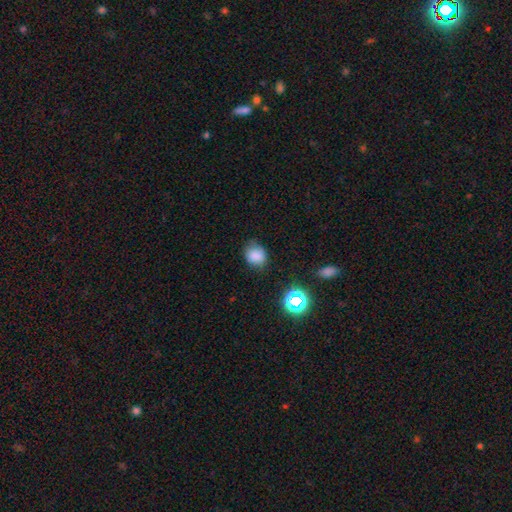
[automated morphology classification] type=smooth (80%); roundness=round (63%); merging=none (71%).